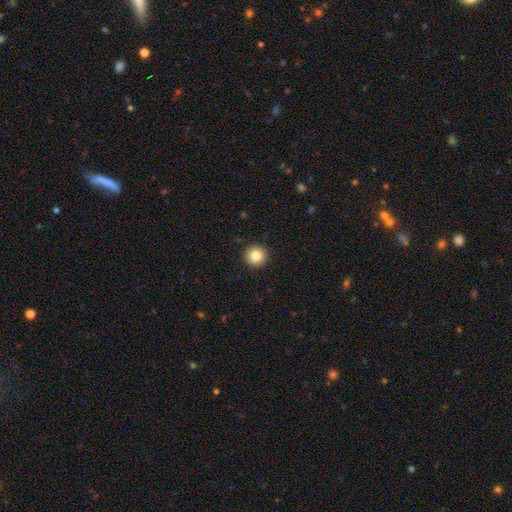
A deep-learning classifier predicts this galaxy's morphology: Smooth or featured? smooth (84%)
How rounded? round (96%)
Merging? none (93%)